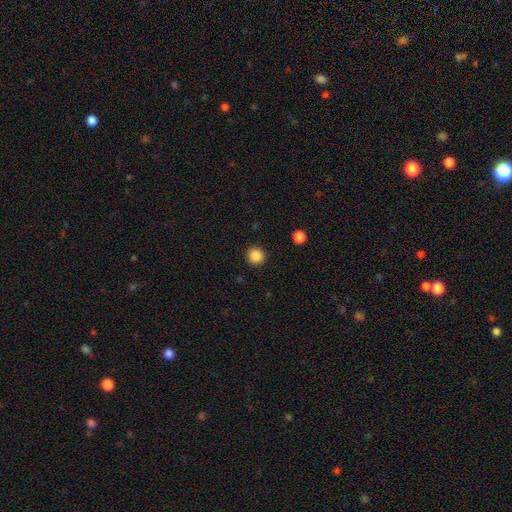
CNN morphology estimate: type=smooth (86%); roundness=round (93%); merging=none (93%).